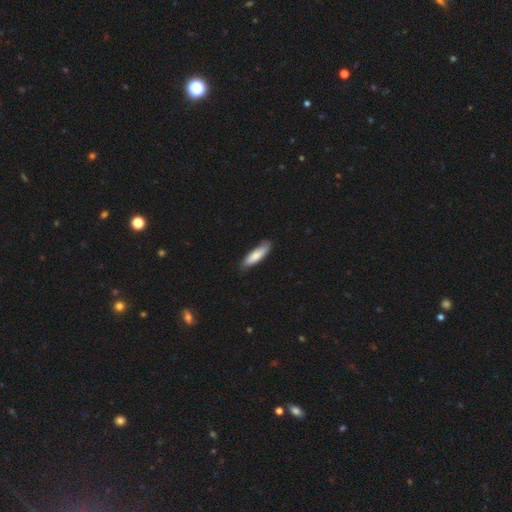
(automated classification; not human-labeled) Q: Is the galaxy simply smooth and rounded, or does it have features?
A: smooth — 80%.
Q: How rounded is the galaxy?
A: cigar-shaped — 67%.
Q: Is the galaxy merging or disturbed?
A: none — 76%.